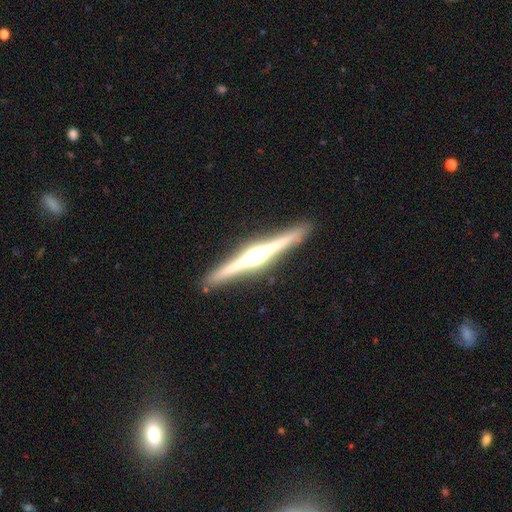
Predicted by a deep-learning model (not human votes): Overall: featured or disk (84%). Edge-on disk: yes (99%). Edge-on bulge: rounded (87%). Merging: none (91%).